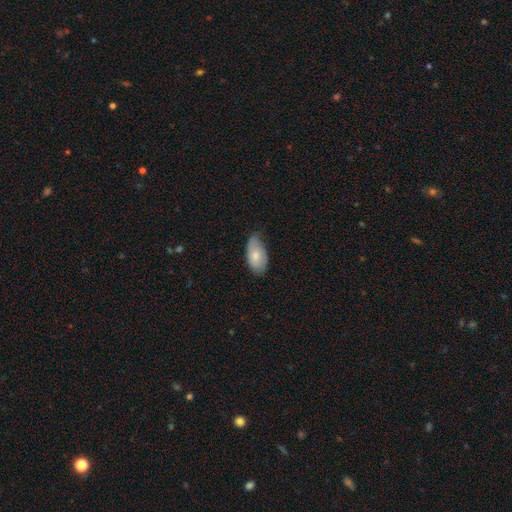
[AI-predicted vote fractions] A smooth galaxy with no disk features (74%) that is in between round and cigar-shaped (94%).

Vote fractions:
- Smooth or featured? smooth: 74% / featured or disk: 20% / star or artifact: 6%
- How rounded? in between: 94% / round: 4% / cigar-shaped: 2%
- Merging? none: 54% / minor disturbance: 38% / major disturbance: 6% / merger: 1%